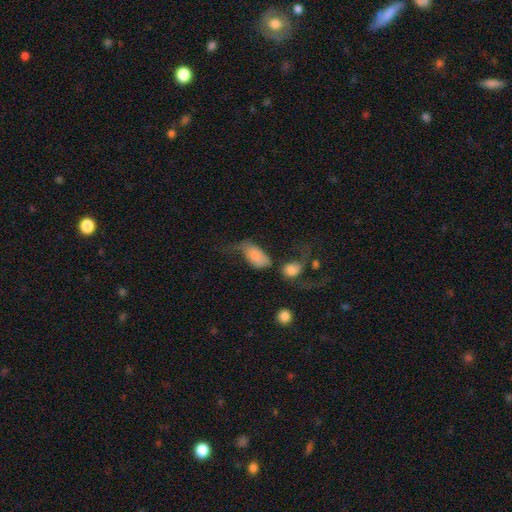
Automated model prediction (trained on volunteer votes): Overall: smooth (73%). How rounded: in between (92%). Merging: major disturbance (35%; merger 29%).